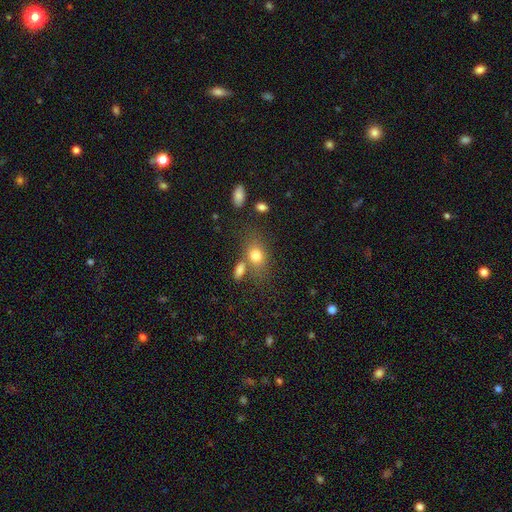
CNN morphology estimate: Smooth or featured: smooth — 77% (featured or disk — 12%)
How rounded: in between — 66% (round — 31%)
Merging: none — 55% (merger — 23%)